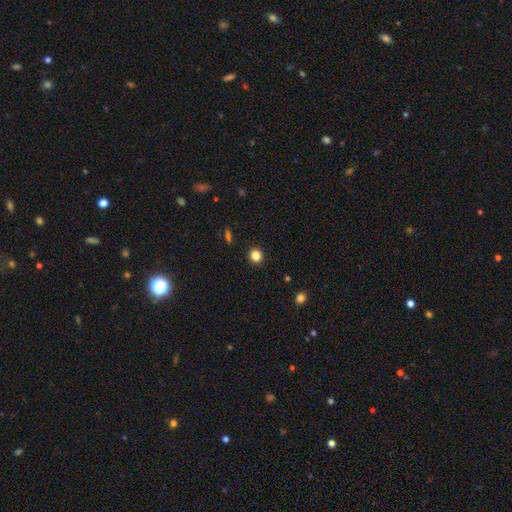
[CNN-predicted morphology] A smooth galaxy with no disk features (84%) that is round (88%).

Vote fractions:
- Smooth or featured? smooth: 84% / star or artifact: 12% / featured or disk: 4%
- How rounded? round: 88% / in between: 11% / cigar-shaped: 1%
- Merging? none: 92% / minor disturbance: 5% / major disturbance: 2% / merger: 1%